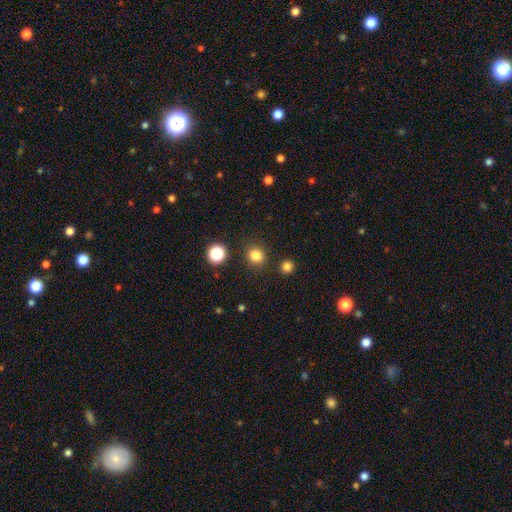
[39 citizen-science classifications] A smooth galaxy with no disk features (85%) that is round (88%). Merging: none (77%).